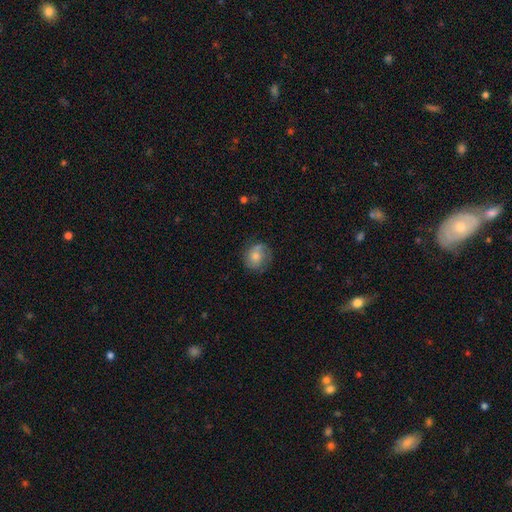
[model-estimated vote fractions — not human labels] Smooth or featured? Predicted: smooth (p=0.59). How rounded? Predicted: round (p=0.79). Merging? Predicted: none (p=0.67).